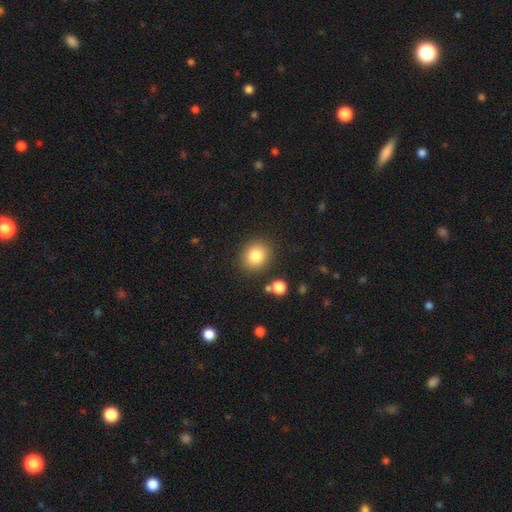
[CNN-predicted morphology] This is clearly a smooth galaxy (83%). How rounded: likely round (71%). Merging: clearly none (85%).